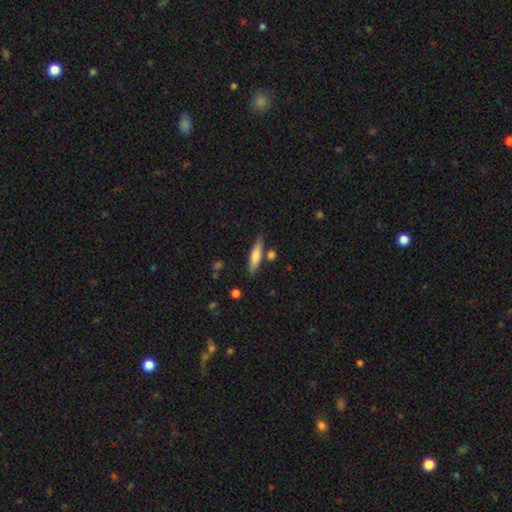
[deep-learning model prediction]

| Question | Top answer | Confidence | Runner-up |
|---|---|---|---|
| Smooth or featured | smooth | 68% | featured or disk (25%) |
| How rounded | cigar-shaped | 73% | in between (25%) |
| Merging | none | 76% | minor disturbance (13%) |